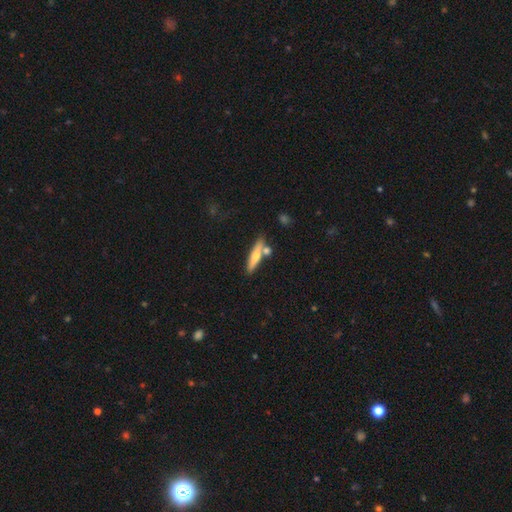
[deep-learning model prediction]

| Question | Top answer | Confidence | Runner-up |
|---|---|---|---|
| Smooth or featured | smooth | 56% | featured or disk (38%) |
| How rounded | cigar-shaped | 82% | in between (15%) |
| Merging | none | 68% | merger (17%) |